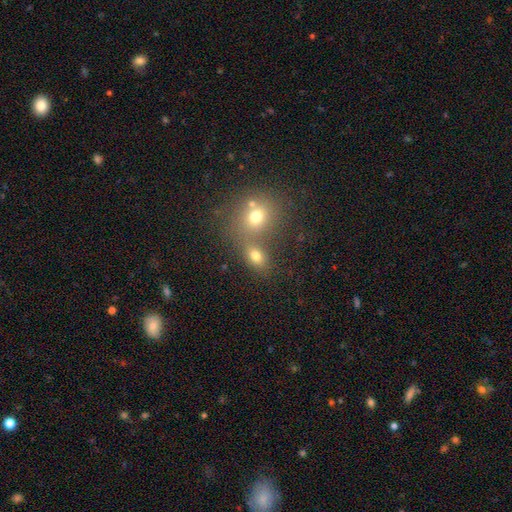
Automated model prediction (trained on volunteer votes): Smooth or featured: smooth — 72% (star or artifact — 17%)
How rounded: in between — 56% (round — 41%)
Merging: none — 49% (merger — 38%)